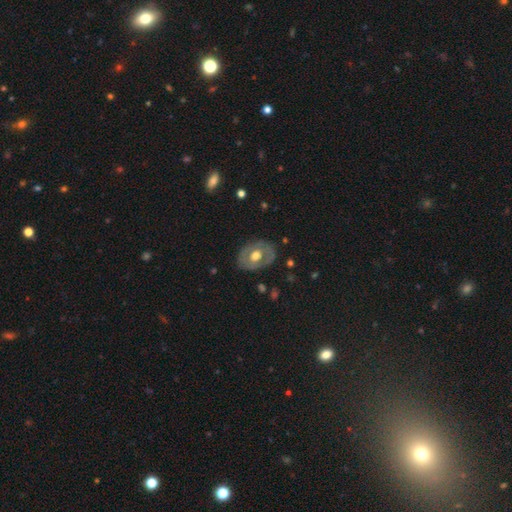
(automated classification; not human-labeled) Smooth or featured?
  - featured or disk: 56% *
  - smooth: 38%
  - star or artifact: 6%
Edge-on disk?
  - no: 93% *
  - yes: 7%
Bar?
  - no: 79% *
  - weak: 17%
  - strong: 4%
Spiral arms?
  - no: 77% *
  - yes: 23%
Bulge size?
  - moderate: 61% *
  - large: 32%
  - small: 4%
  - dominant: 2%
  - none: 1%
Merging?
  - none: 77% *
  - minor disturbance: 16%
  - major disturbance: 6%
  - merger: 1%